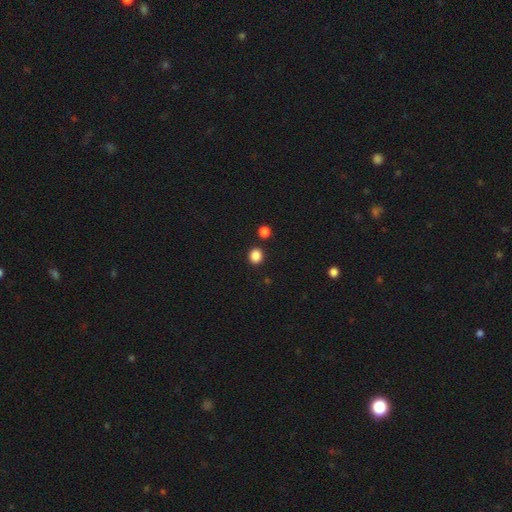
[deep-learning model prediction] A smooth galaxy with no disk features (86%) that is round (78%).

Vote fractions:
- Smooth or featured? smooth: 86% / star or artifact: 11% / featured or disk: 3%
- How rounded? round: 78% / in between: 21% / cigar-shaped: 1%
- Merging? none: 87% / minor disturbance: 6% / merger: 5% / major disturbance: 2%